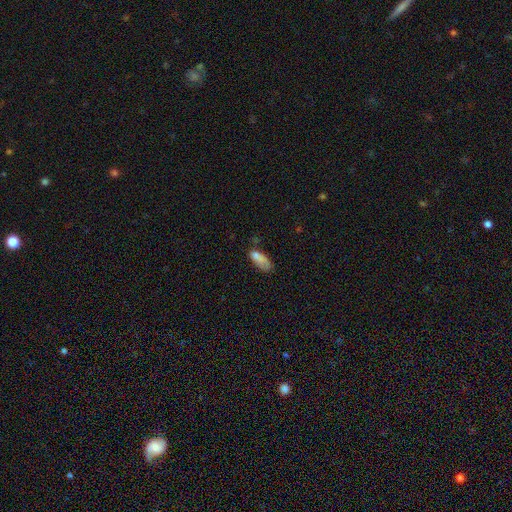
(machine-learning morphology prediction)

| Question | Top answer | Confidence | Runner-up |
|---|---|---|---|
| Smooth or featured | smooth | 77% | featured or disk (14%) |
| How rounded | in between | 75% | cigar-shaped (22%) |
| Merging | none | 40% | minor disturbance (30%) |